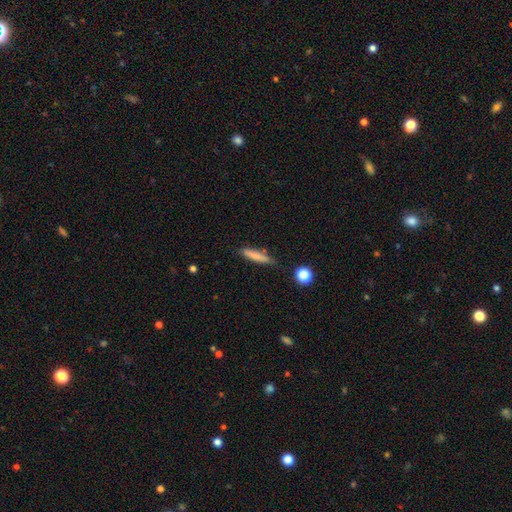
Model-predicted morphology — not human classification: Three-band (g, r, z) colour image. It shows a smooth galaxy with no disk features (78%) that is cigar-shaped (85%). Merging: none (76%).